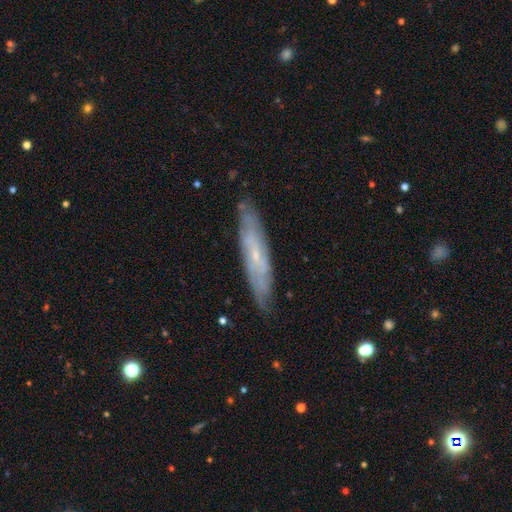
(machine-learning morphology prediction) This appears to be a featured or disk galaxy (65%) viewed edge-on (53%). Merging: none (83%).